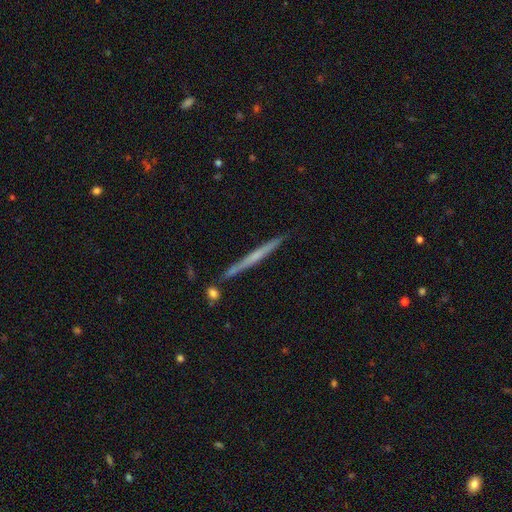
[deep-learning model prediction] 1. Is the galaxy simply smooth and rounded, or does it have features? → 57% featured or disk, 37% smooth, 6% star or artifact.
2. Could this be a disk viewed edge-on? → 97% yes, 3% no.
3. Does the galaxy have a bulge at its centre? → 76% none, 18% rounded, 6% boxy.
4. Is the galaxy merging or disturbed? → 86% none, 9% minor disturbance, 4% merger, 2% major disturbance.